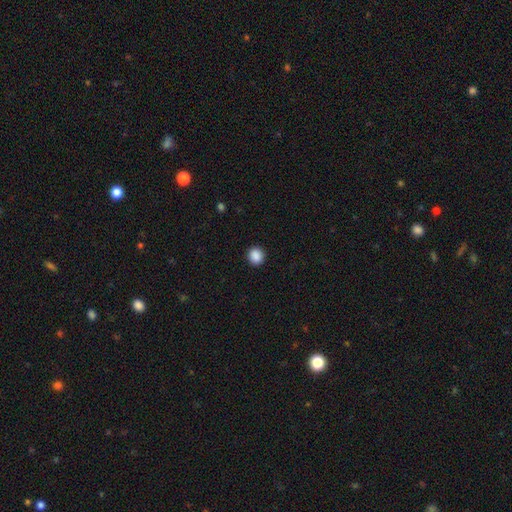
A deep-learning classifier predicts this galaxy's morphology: Smooth or featured?
  - smooth: 89% *
  - star or artifact: 9%
  - featured or disk: 2%
How rounded?
  - round: 87% *
  - in between: 12%
  - cigar-shaped: 1%
Merging?
  - none: 92% *
  - minor disturbance: 5%
  - major disturbance: 2%
  - merger: 1%